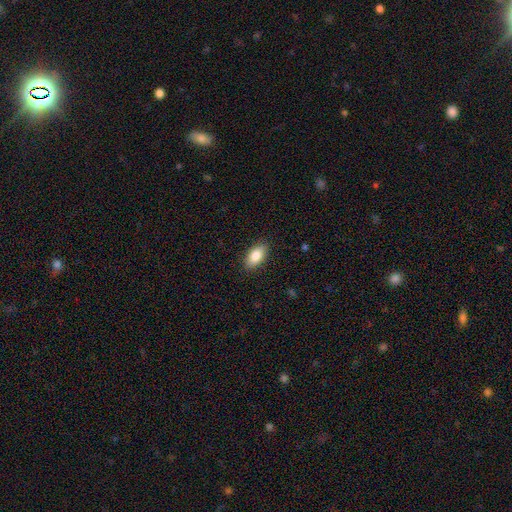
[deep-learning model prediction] A smooth galaxy with no disk features (85%) that is in between round and cigar-shaped (92%). Merging: none (88%).